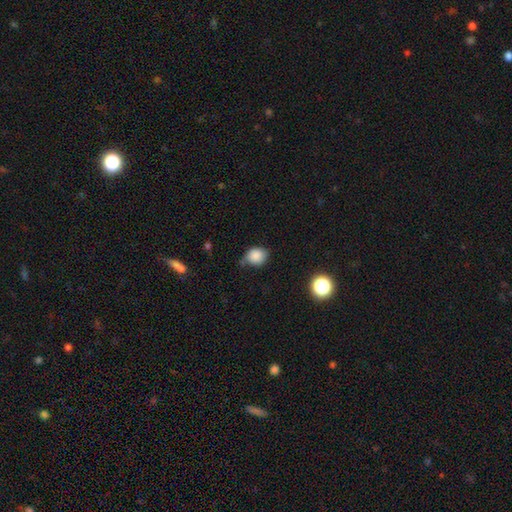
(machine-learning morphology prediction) Q: Smooth or featured?
A: smooth (85%); runner-up: star or artifact (9%)
Q: How rounded?
A: round (65%); runner-up: in between (34%)
Q: Merging?
A: none (52%); runner-up: minor disturbance (35%)